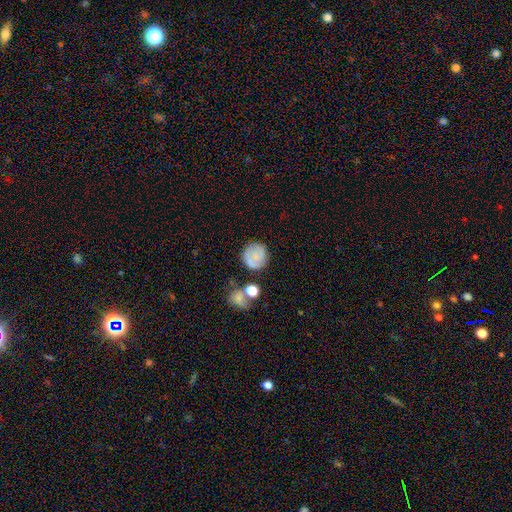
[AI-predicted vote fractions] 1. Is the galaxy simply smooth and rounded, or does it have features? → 66% smooth, 24% featured or disk, 10% star or artifact.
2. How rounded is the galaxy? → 88% round, 11% in between, 1% cigar-shaped.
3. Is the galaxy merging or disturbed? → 69% none, 16% minor disturbance, 8% merger, 7% major disturbance.